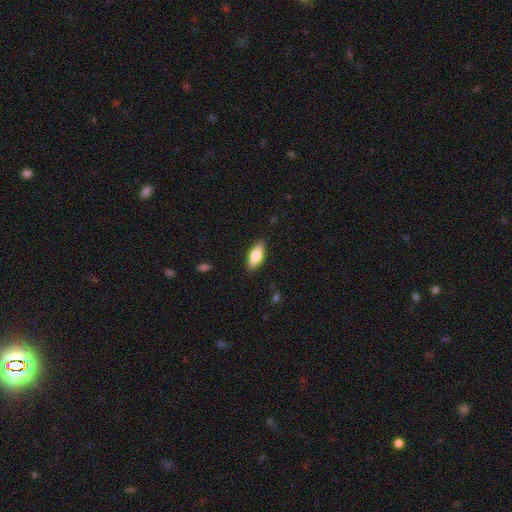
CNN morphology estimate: The model was most divided on "smooth or featured": smooth: 75%, featured or disk: 18%, star or artifact: 6%. More confident: merging — none (87%); how rounded — in between (79%).